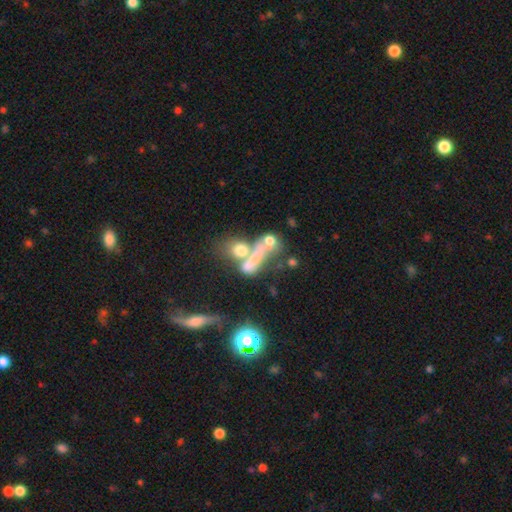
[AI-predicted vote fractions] This appears to be a smooth galaxy with no disk features (45%). Merging: merger (46%).